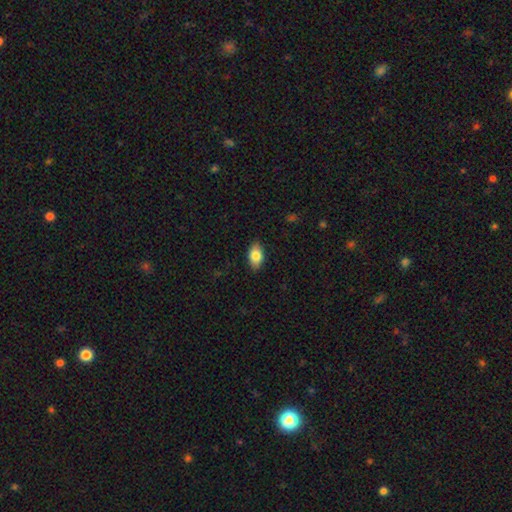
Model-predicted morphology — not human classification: smooth_or_featured: smooth (p=0.83) [alt: featured or disk p=0.10]
how_rounded: in between (p=0.91) [alt: round p=0.07]
merging: none (p=0.88) [alt: minor disturbance p=0.10]